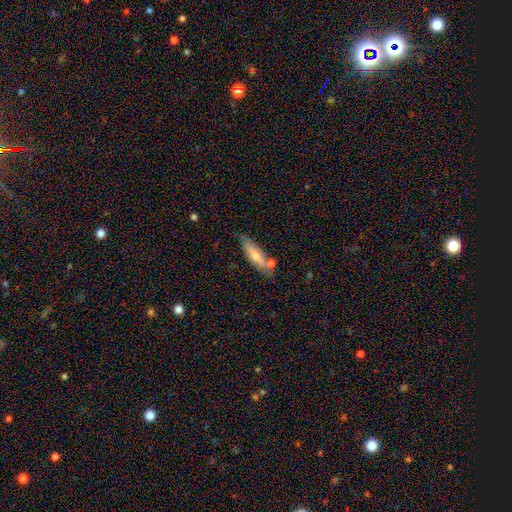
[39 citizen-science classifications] This is likely a smooth galaxy (64%). How rounded: clearly cigar-shaped (84%). Merging: likely none (74%).